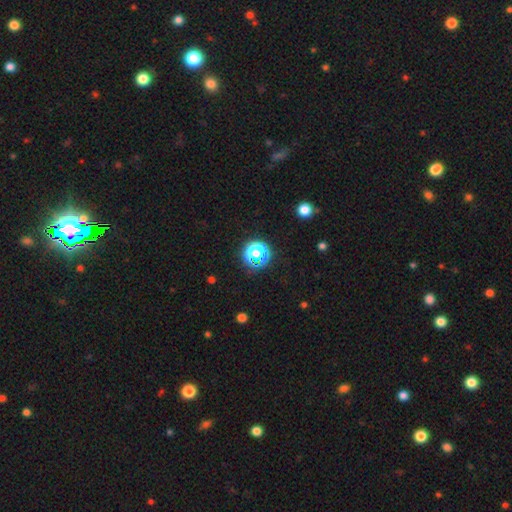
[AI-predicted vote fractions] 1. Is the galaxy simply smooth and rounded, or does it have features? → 50% star or artifact, 41% smooth, 9% featured or disk.